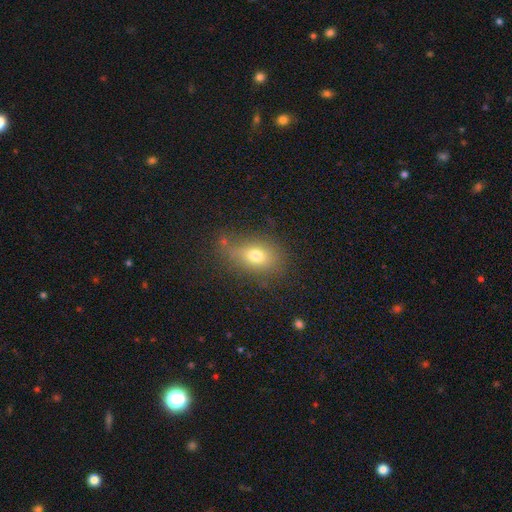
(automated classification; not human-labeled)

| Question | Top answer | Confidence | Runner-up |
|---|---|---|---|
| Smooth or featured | smooth | 73% | featured or disk (14%) |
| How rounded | in between | 75% | round (22%) |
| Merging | none | 70% | minor disturbance (19%) |